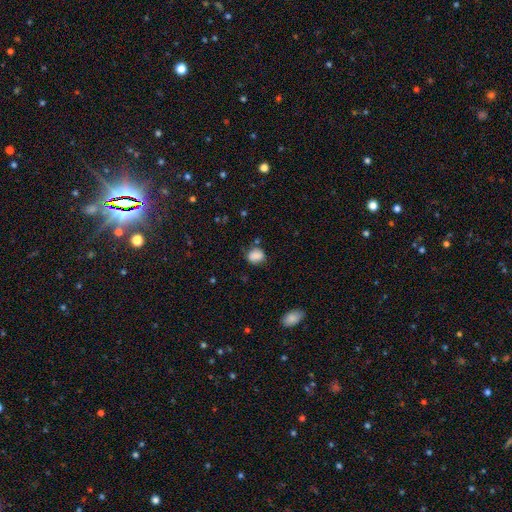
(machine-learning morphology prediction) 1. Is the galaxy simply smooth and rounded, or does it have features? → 84% smooth, 10% star or artifact, 6% featured or disk.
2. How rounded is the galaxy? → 56% round, 43% in between, 1% cigar-shaped.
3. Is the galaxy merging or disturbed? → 67% none, 22% minor disturbance, 6% major disturbance, 5% merger.